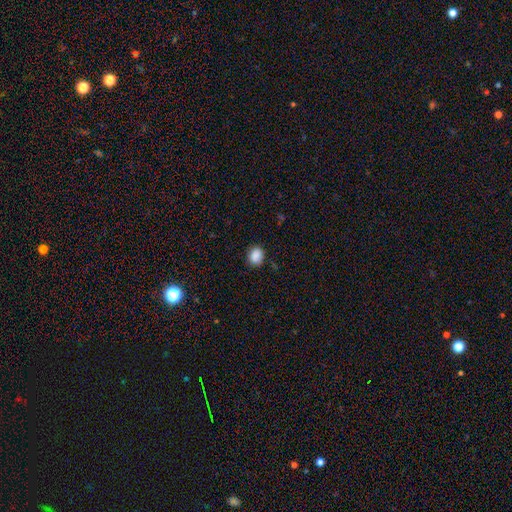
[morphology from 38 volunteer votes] This is clearly a smooth galaxy (95%). How rounded: possibly in between (53%). Merging: clearly none (81%).